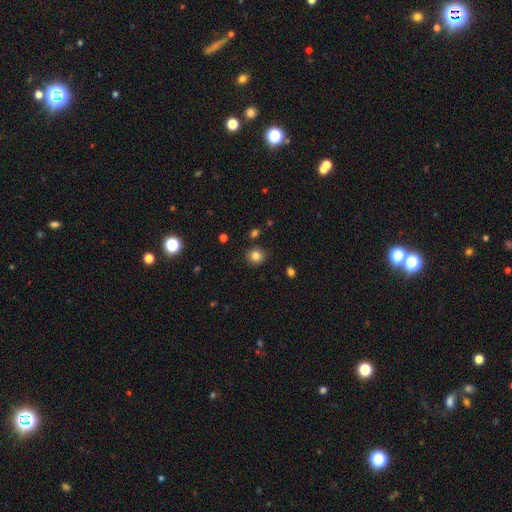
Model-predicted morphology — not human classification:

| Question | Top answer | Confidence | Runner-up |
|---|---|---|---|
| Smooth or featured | smooth | 83% | star or artifact (11%) |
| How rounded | round | 90% | in between (9%) |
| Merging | none | 88% | minor disturbance (7%) |